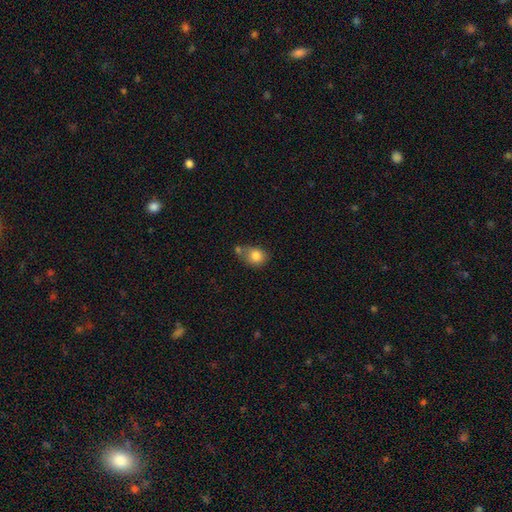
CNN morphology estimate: Overall: smooth (81%). How rounded: round (55%; in between 44%). Merging: none (44%; merger 29%).